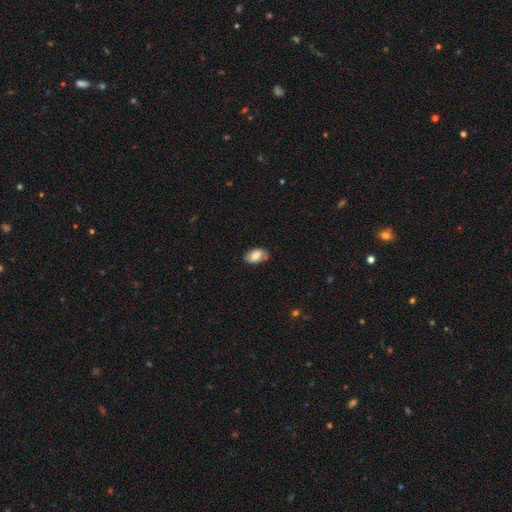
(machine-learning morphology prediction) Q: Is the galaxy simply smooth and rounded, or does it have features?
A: smooth — 72%.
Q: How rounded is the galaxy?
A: in between — 90%.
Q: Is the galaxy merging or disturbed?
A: none — 76%.